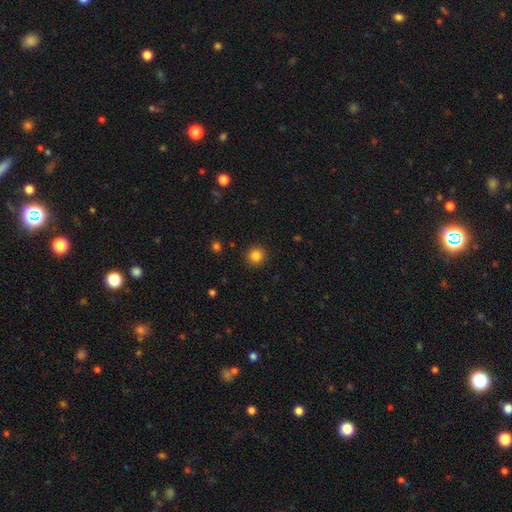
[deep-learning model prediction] smooth 84%, star or artifact 11%, featured or disk 5%. Down the decision tree: how rounded — round (93%); merging — none (92%).